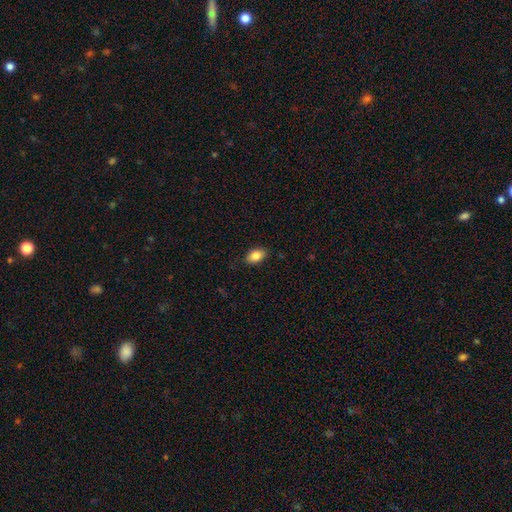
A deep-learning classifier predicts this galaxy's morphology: Smooth or featured?
  - smooth: 84% *
  - featured or disk: 8%
  - star or artifact: 8%
How rounded?
  - in between: 91% *
  - round: 6%
  - cigar-shaped: 2%
Merging?
  - none: 86% *
  - minor disturbance: 11%
  - major disturbance: 2%
  - merger: 1%